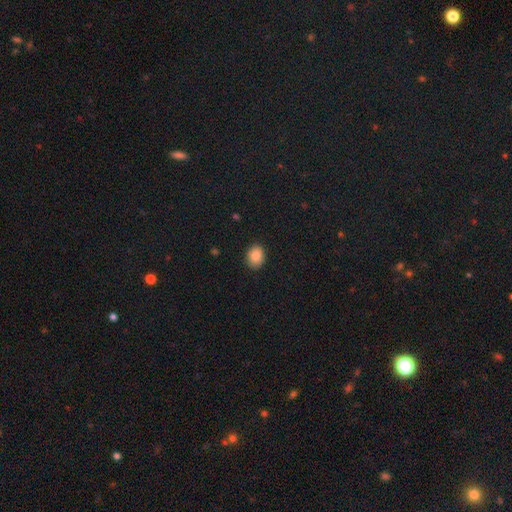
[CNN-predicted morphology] Smooth or featured? smooth (87%)
How rounded? in between (60%)
Merging? none (88%)